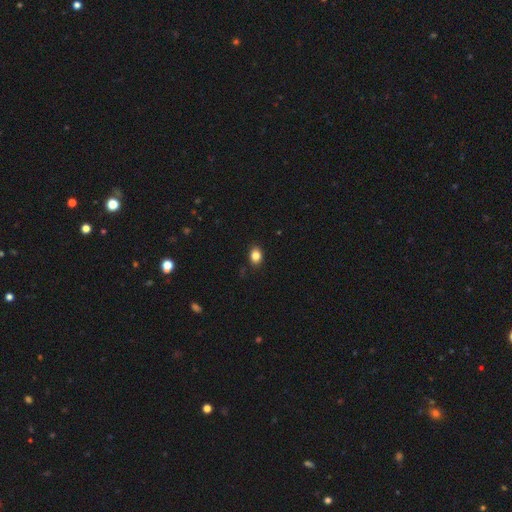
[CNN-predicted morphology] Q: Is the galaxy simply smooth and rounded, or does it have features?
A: smooth — 84%.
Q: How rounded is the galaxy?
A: in between — 65%.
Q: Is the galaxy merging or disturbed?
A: none — 87%.